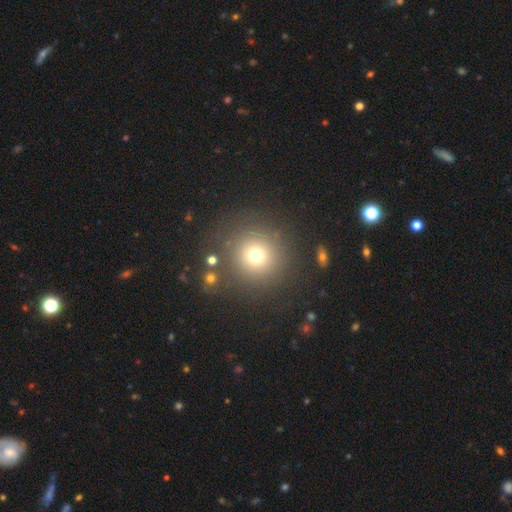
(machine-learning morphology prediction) This is likely a smooth galaxy (72%). How rounded: clearly round (95%). Merging: clearly none (85%).